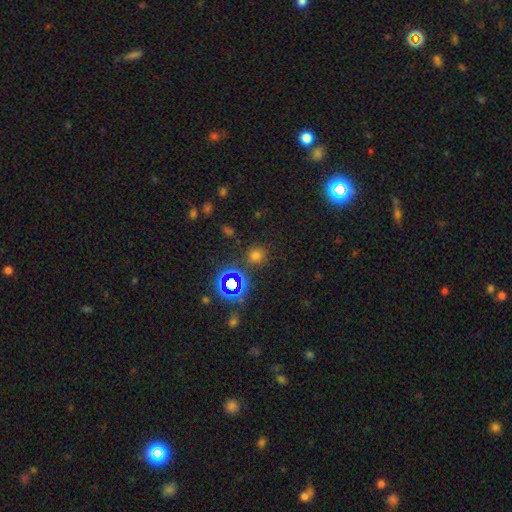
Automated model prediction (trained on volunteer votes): Smooth or featured?
  - smooth: 61% *
  - star or artifact: 32%
  - featured or disk: 6%
How rounded?
  - round: 88% *
  - in between: 11%
  - cigar-shaped: 1%
Merging?
  - none: 83% *
  - minor disturbance: 9%
  - merger: 4%
  - major disturbance: 4%